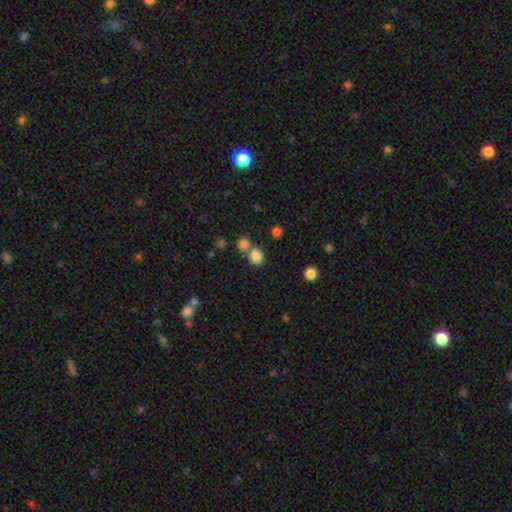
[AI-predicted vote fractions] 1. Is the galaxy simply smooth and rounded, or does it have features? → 82% smooth, 12% star or artifact, 6% featured or disk.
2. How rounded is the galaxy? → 75% round, 24% in between, 1% cigar-shaped.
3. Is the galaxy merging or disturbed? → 58% none, 31% merger, 8% minor disturbance, 3% major disturbance.